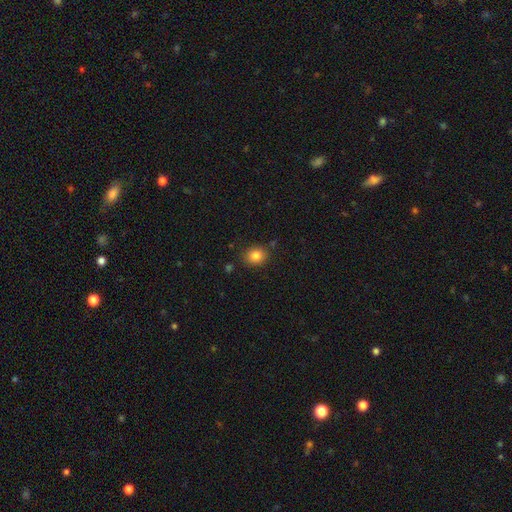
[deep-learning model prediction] smooth_or_featured: smooth (p=0.84) [alt: star or artifact p=0.10]
how_rounded: round (p=0.62) [alt: in between p=0.37]
merging: none (p=0.85) [alt: minor disturbance p=0.10]